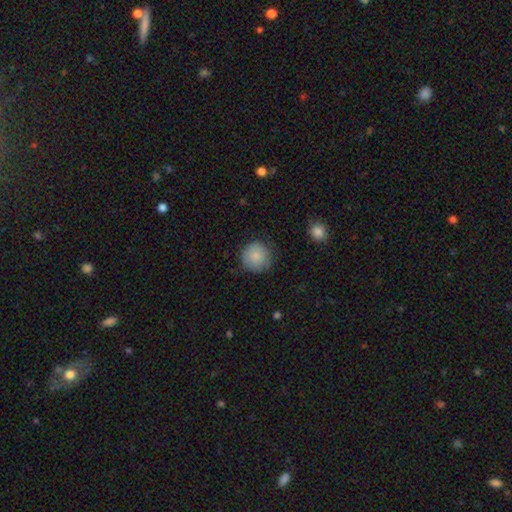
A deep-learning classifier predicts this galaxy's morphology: Q: Smooth or featured?
A: smooth (86%); runner-up: star or artifact (8%)
Q: How rounded?
A: round (94%); runner-up: in between (5%)
Q: Merging?
A: none (82%); runner-up: minor disturbance (14%)